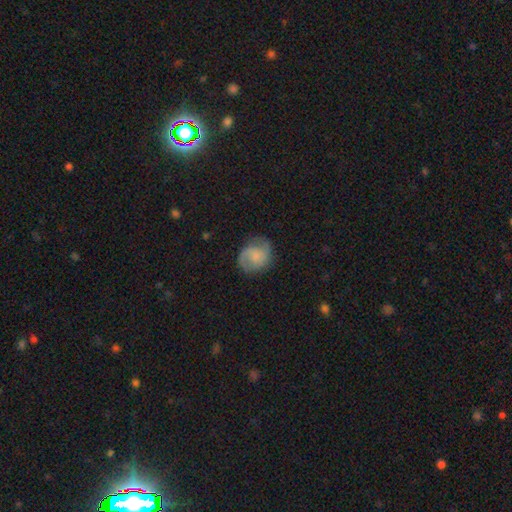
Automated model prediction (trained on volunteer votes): featured or disk 51%, smooth 41%, star or artifact 8%. Down the decision tree: edge-on disk — no (98%); merging — none (71%).